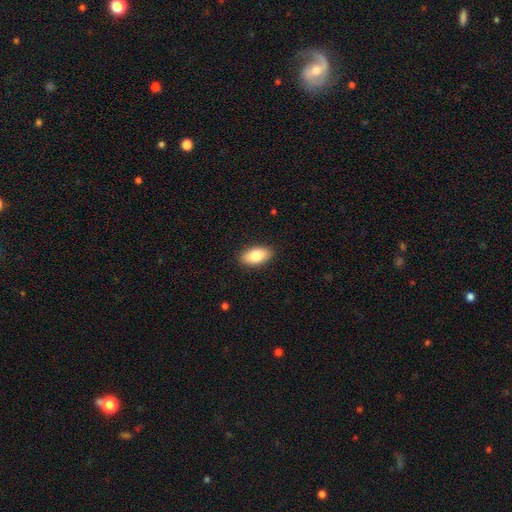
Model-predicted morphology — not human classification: Smooth or featured: smooth — 81% (featured or disk — 12%)
How rounded: in between — 92% (cigar-shaped — 4%)
Merging: none — 89% (minor disturbance — 8%)